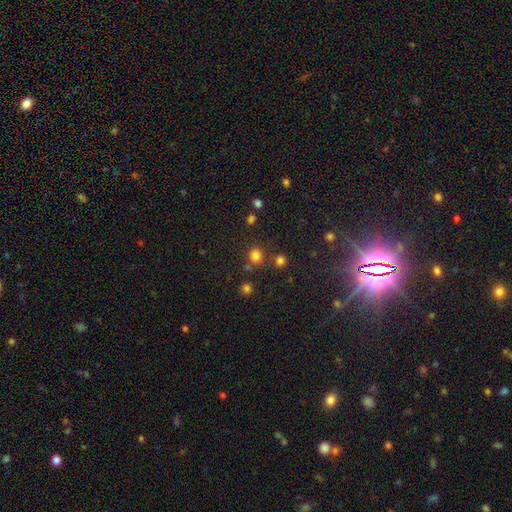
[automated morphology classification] Q: Smooth or featured?
A: smooth (77%); runner-up: star or artifact (18%)
Q: How rounded?
A: round (86%); runner-up: in between (13%)
Q: Merging?
A: none (75%); runner-up: merger (12%)